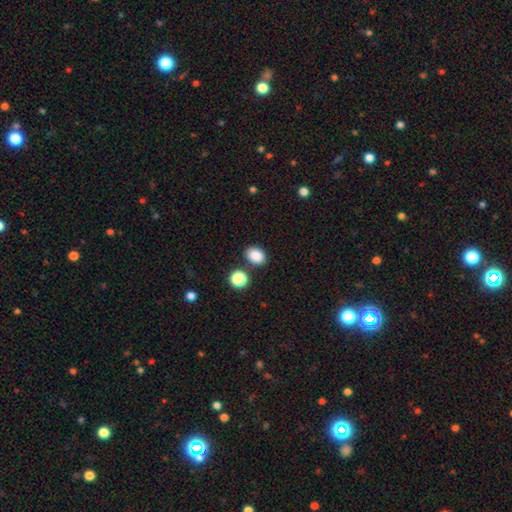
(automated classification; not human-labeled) Overall: smooth (86%). How rounded: in between (63%; round 36%). Merging: none (81%).